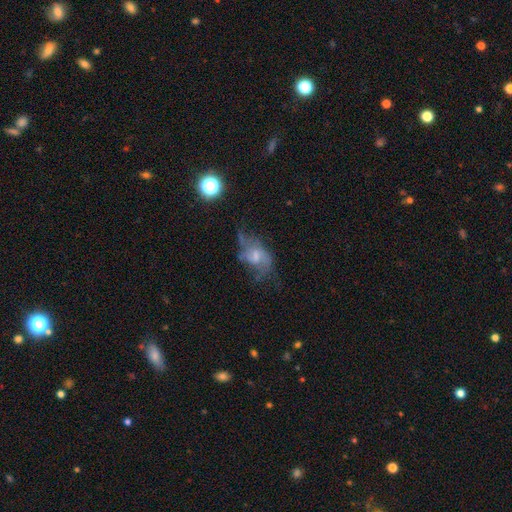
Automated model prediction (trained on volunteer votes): Smooth or featured? featured or disk (56%)
Edge-on disk? no (96%)
Bar? no (60%)
Spiral arms? yes (63%)
Bulge size? moderate (38%)
Merging? none (38%)